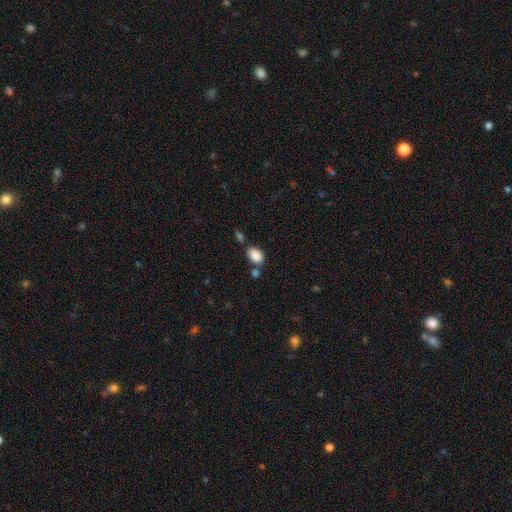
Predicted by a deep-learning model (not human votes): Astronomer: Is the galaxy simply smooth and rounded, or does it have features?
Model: smooth — 87%.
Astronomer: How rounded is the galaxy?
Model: in between — 83%.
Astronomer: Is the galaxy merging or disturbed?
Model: none — 61%.